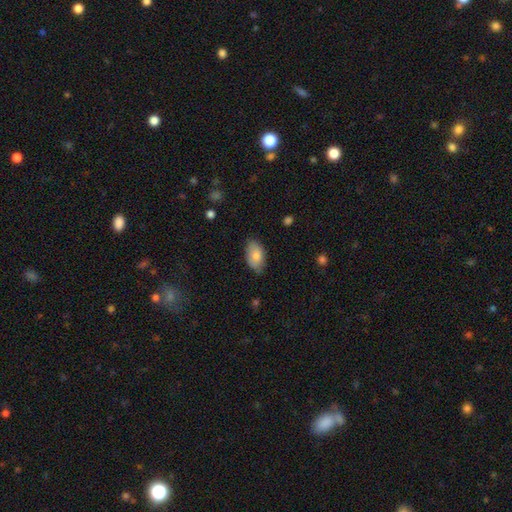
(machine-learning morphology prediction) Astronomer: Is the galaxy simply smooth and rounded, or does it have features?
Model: smooth — 80%.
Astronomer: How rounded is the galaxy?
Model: in between — 94%.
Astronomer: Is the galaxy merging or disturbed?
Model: none — 77%.